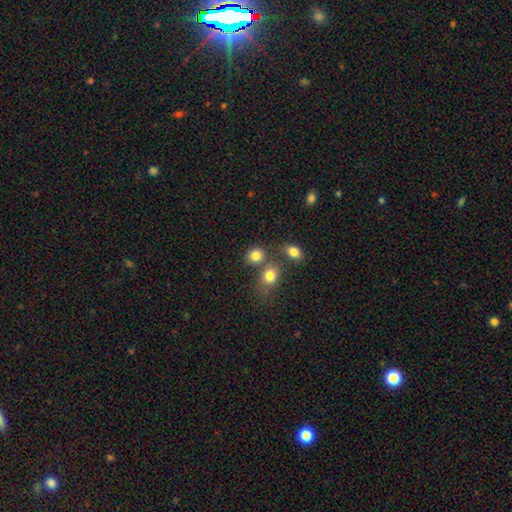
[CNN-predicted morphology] A smooth galaxy with no disk features (82%) that is round (65%).

Vote fractions:
- Smooth or featured? smooth: 82% / star or artifact: 11% / featured or disk: 7%
- How rounded? round: 65% / in between: 34% / cigar-shaped: 1%
- Merging? none: 60% / merger: 25% / minor disturbance: 10% / major disturbance: 4%